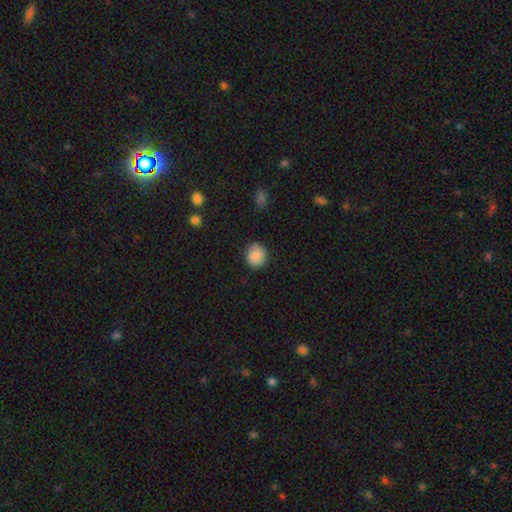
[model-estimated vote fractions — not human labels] Smooth or featured? Predicted: smooth (p=0.88). How rounded? Predicted: round (p=0.81). Merging? Predicted: none (p=0.86).